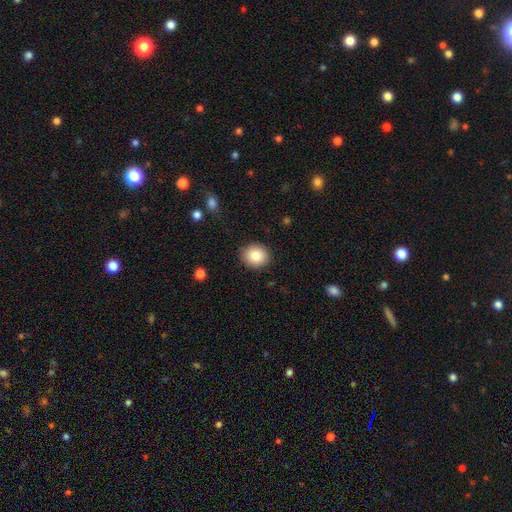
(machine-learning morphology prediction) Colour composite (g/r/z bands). It shows a smooth galaxy with no disk features (84%) that is round (78%). Merging: none (89%).